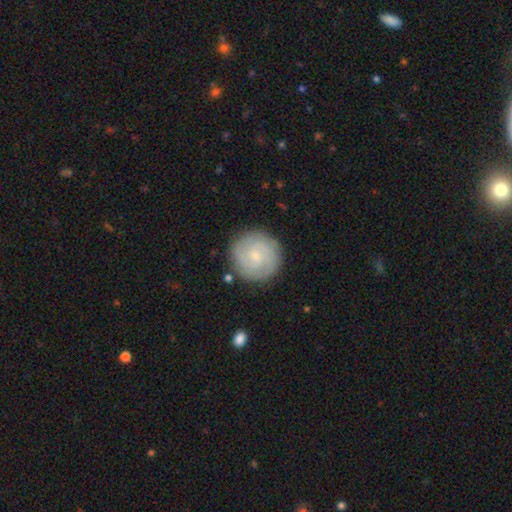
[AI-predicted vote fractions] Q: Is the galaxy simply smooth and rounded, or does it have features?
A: featured or disk — 64%.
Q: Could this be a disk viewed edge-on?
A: no — 98%.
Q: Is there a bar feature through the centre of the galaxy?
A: no — 62%.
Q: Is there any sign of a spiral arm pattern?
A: yes — 93%.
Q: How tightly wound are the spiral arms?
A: tight — 66%.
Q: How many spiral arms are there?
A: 2 — 28%.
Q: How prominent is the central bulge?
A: small — 75%.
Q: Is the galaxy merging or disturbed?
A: none — 86%.